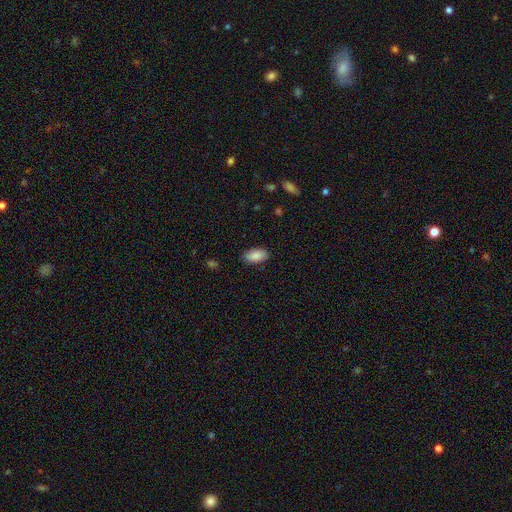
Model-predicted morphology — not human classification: Q: Smooth or featured?
A: smooth (88%); runner-up: star or artifact (7%)
Q: How rounded?
A: in between (94%); runner-up: cigar-shaped (3%)
Q: Merging?
A: none (85%); runner-up: minor disturbance (11%)